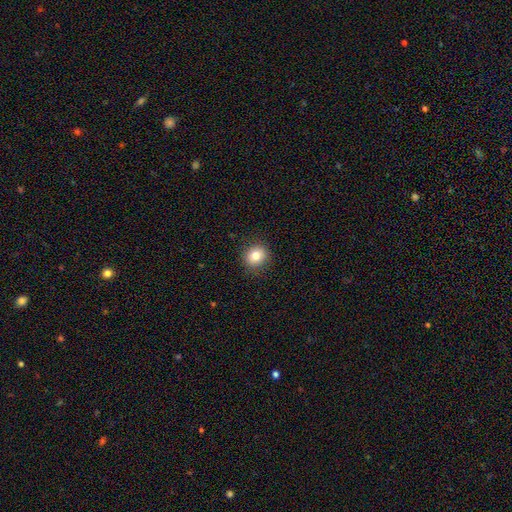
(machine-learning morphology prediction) Smooth or featured?
  - smooth: 80% *
  - star or artifact: 11%
  - featured or disk: 9%
How rounded?
  - round: 84% *
  - in between: 15%
  - cigar-shaped: 1%
Merging?
  - none: 90% *
  - minor disturbance: 7%
  - major disturbance: 2%
  - merger: 1%